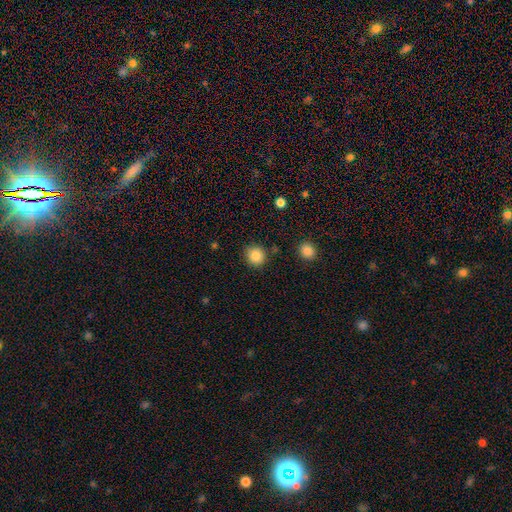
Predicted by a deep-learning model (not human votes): This is clearly a smooth galaxy (85%). How rounded: clearly round (91%). Merging: clearly none (86%).